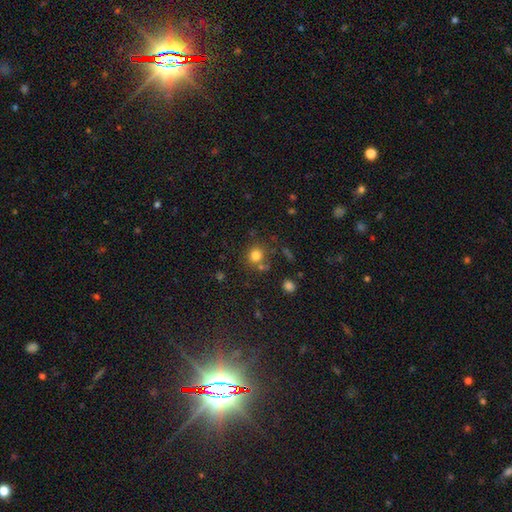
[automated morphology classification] Smooth or featured? Predicted: smooth (p=0.78). How rounded? Predicted: round (p=0.87). Merging? Predicted: none (p=0.70).